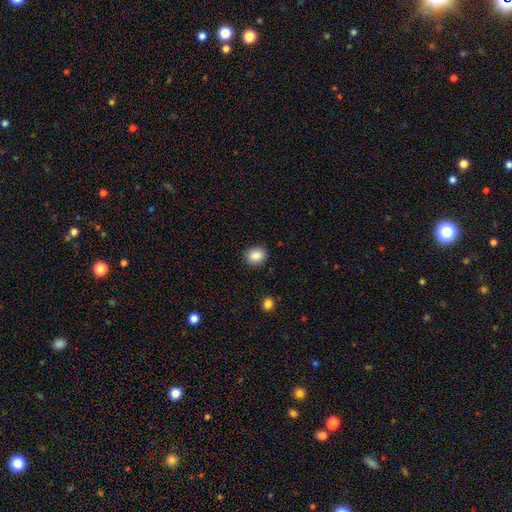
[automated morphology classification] The model was most divided on "how rounded": round: 66%, in between: 33%, cigar-shaped: 1%. More confident: merging — none (89%); smooth or featured — smooth (88%).